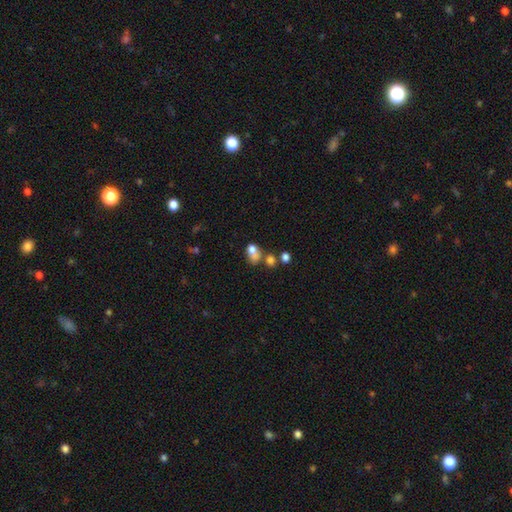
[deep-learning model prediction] Q: Smooth or featured?
A: smooth (53%); runner-up: star or artifact (27%)
Q: How rounded?
A: in between (60%); runner-up: round (33%)
Q: Merging?
A: none (47%); runner-up: merger (34%)